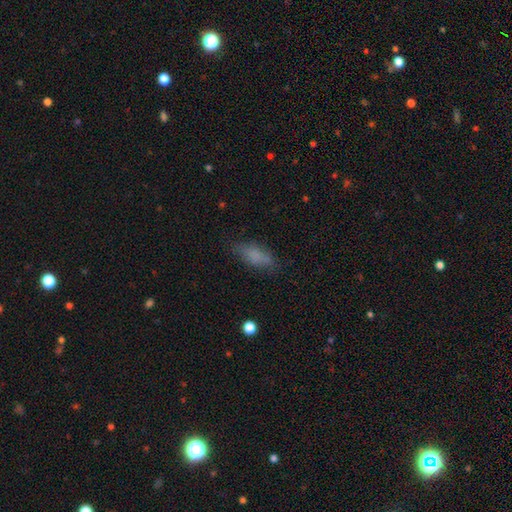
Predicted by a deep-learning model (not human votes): Q: Smooth or featured?
A: smooth (75%); runner-up: featured or disk (14%)
Q: How rounded?
A: in between (69%); runner-up: cigar-shaped (28%)
Q: Merging?
A: none (71%); runner-up: minor disturbance (20%)